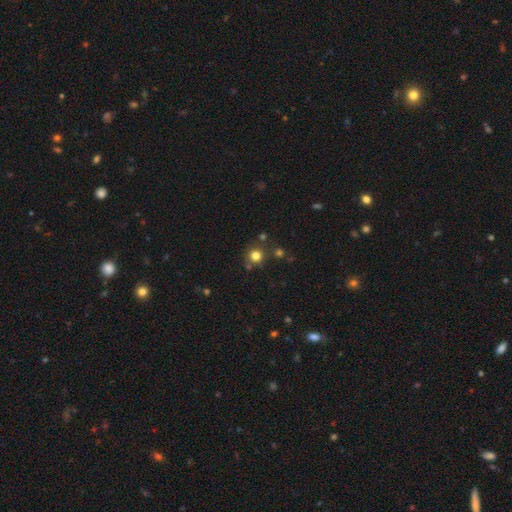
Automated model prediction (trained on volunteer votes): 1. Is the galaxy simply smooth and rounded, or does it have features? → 79% smooth, 16% star or artifact, 6% featured or disk.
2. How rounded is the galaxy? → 92% round, 7% in between, 1% cigar-shaped.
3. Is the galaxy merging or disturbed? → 80% none, 8% minor disturbance, 8% merger, 3% major disturbance.